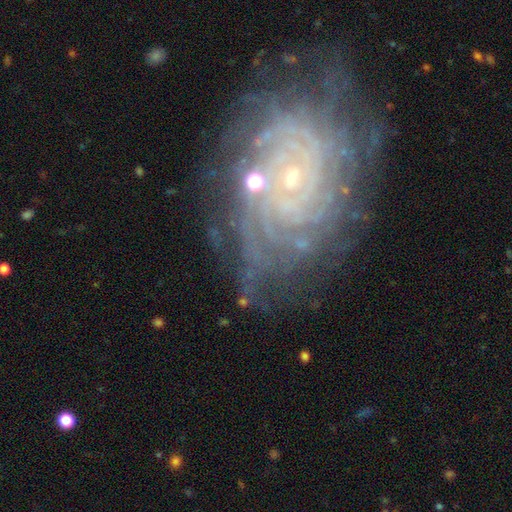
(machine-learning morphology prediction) featured or disk 87%, star or artifact 7%, smooth 5%. Down the decision tree: edge-on disk — no (97%); bar — no (72%); spiral arms — yes (97%); spiral arm count — more than 4 (28%); spiral winding — tight (84%); bulge size — small (83%); merging — none (70%).